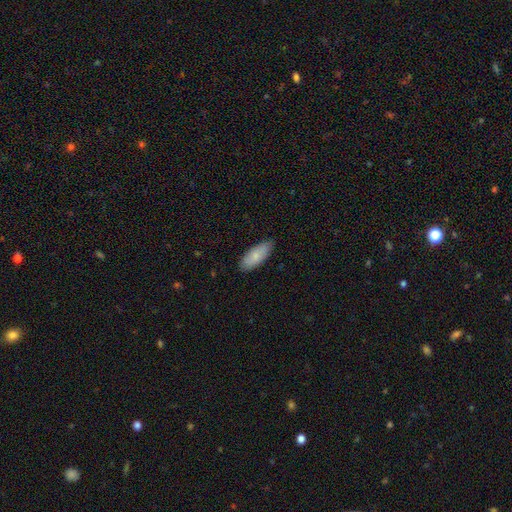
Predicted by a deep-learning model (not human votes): A smooth galaxy with no disk features (80%) that is in between round and cigar-shaped (82%).

Vote fractions:
- Smooth or featured? smooth: 80% / featured or disk: 14% / star or artifact: 5%
- How rounded? in between: 82% / cigar-shaped: 16% / round: 2%
- Merging? none: 83% / minor disturbance: 14% / major disturbance: 2% / merger: 1%